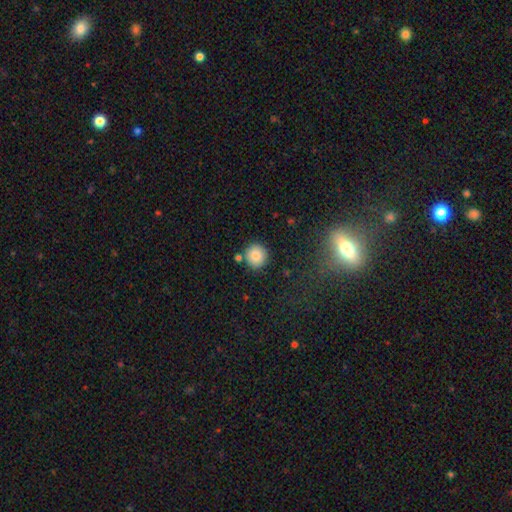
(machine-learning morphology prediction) Overall: smooth (83%). How rounded: round (93%). Merging: none (82%).